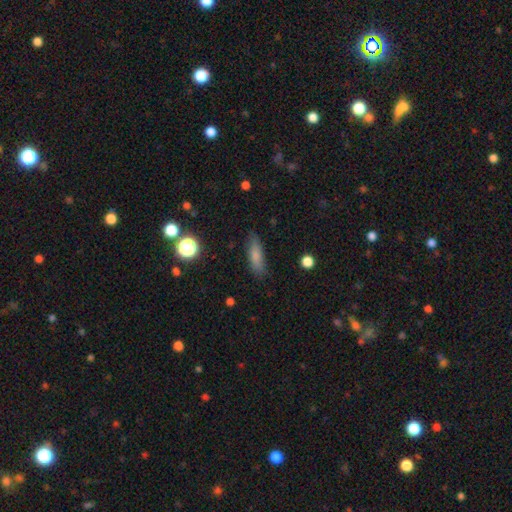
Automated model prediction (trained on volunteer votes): Smooth or featured? smooth (78%)
How rounded? cigar-shaped (53%)
Merging? none (82%)